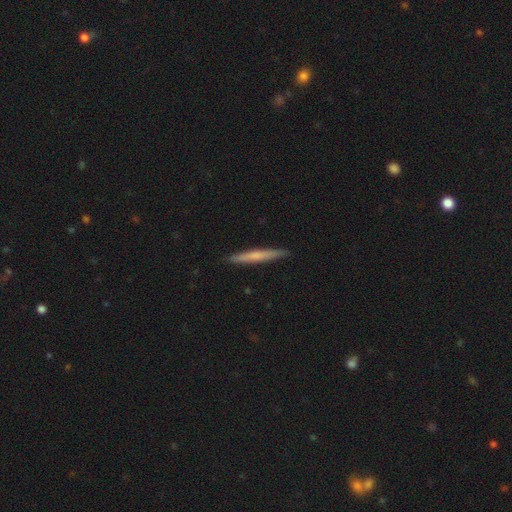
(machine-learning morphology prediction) Overall: smooth (54%; featured or disk 40%). How rounded: cigar-shaped (96%). Merging: none (92%).